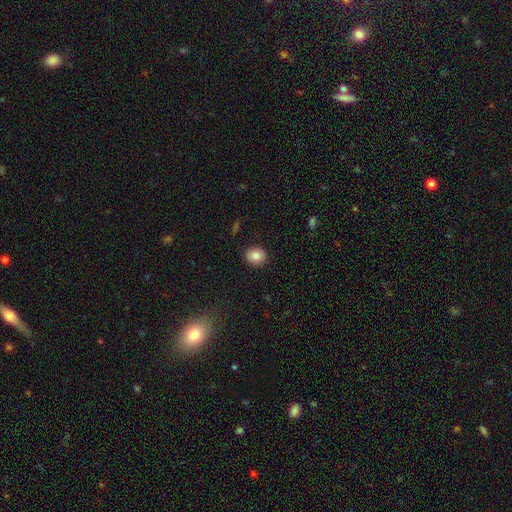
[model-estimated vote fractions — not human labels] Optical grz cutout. It shows a smooth galaxy with no disk features (84%) that is round (72%). Merging: none (90%).